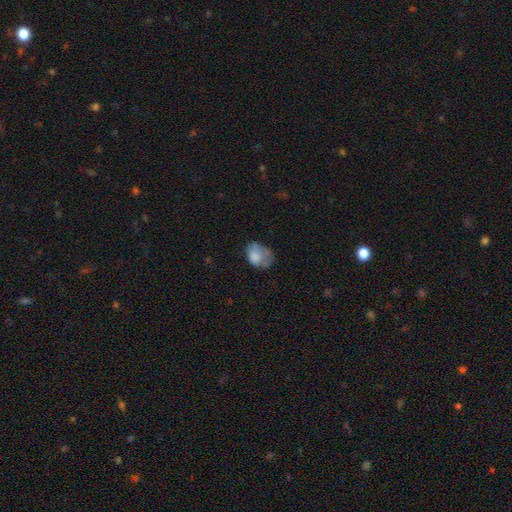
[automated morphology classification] This is likely a smooth galaxy (74%). How rounded: likely in between (72%). Merging: marginally minor disturbance (35%, tied with none).